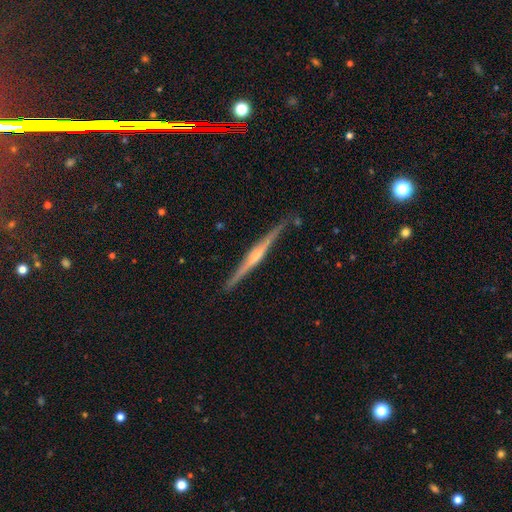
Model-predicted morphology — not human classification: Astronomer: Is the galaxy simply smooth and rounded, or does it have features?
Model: featured or disk — 79%.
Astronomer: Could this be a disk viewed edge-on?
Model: yes — 98%.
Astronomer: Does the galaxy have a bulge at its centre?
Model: rounded — 64%.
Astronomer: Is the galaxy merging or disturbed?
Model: none — 87%.